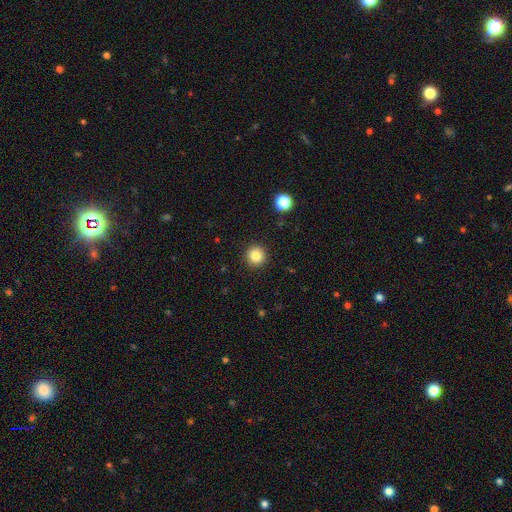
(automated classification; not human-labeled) A smooth galaxy with no disk features (84%) that is round (95%). Merging: none (92%).